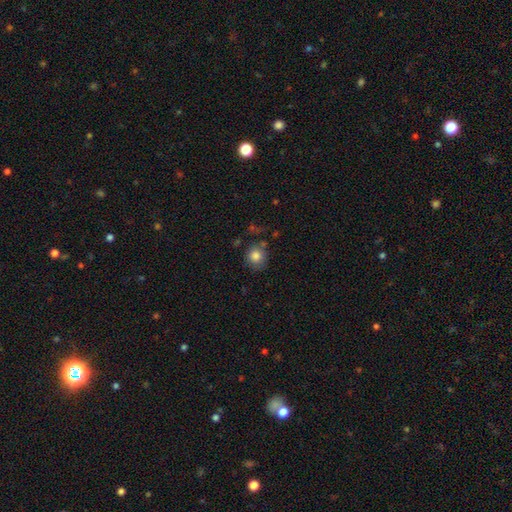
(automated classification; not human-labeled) smooth_or_featured: smooth (p=0.83) [alt: star or artifact p=0.10]
how_rounded: round (p=0.88) [alt: in between p=0.11]
merging: none (p=0.73) [alt: minor disturbance p=0.16]